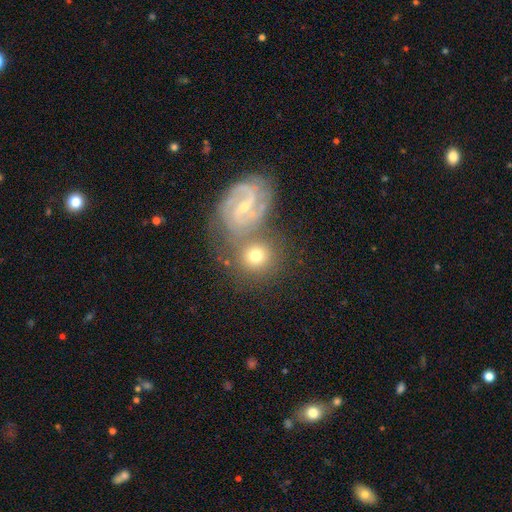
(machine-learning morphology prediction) Smooth or featured: smooth — 48% (featured or disk — 42%)
Merging: none — 59% (merger — 26%)